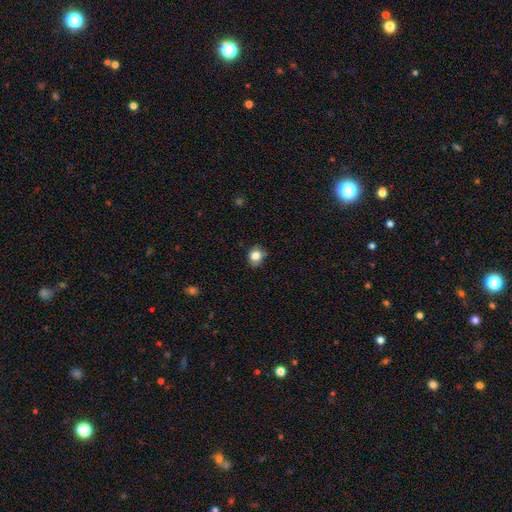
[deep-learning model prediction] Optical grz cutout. It shows a smooth galaxy with no disk features (80%) that is round (66%). Merging: none (77%).